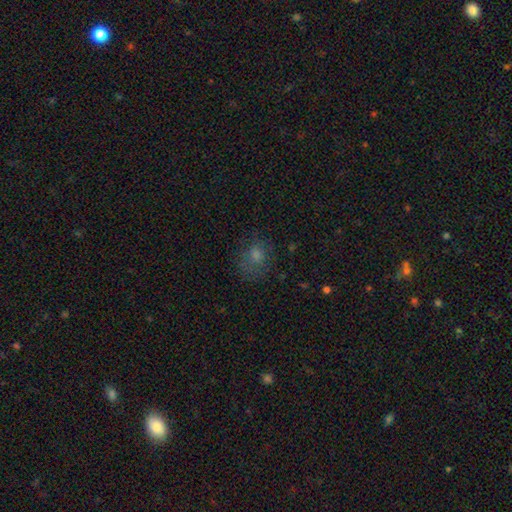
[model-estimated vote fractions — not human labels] This is likely a smooth galaxy (66%). How rounded: possibly round (59%). Merging: likely none (61%).